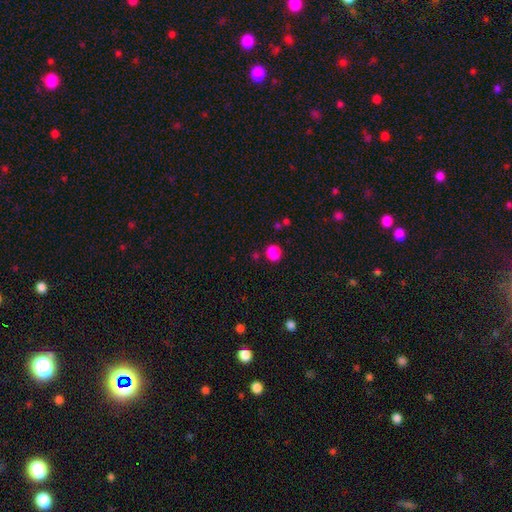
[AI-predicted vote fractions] Smooth or featured? Predicted: smooth (p=0.85). How rounded? Predicted: round (p=0.85). Merging? Predicted: none (p=0.87).